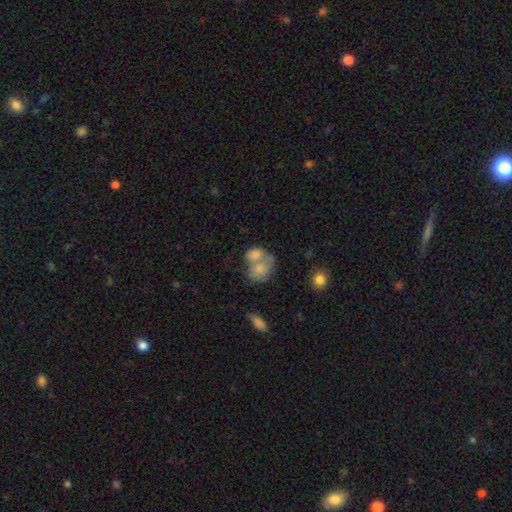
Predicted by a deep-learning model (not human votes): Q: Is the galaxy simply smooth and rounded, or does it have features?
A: smooth — 70%.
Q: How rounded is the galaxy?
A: in between — 59%.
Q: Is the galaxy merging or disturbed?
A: merger — 62%.